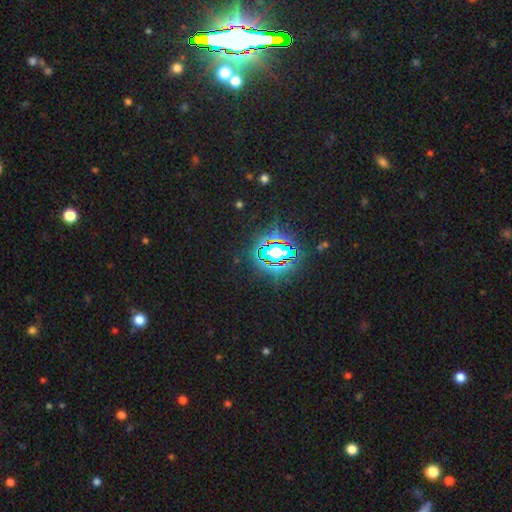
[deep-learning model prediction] Smooth or featured? Predicted: star or artifact (p=0.79).